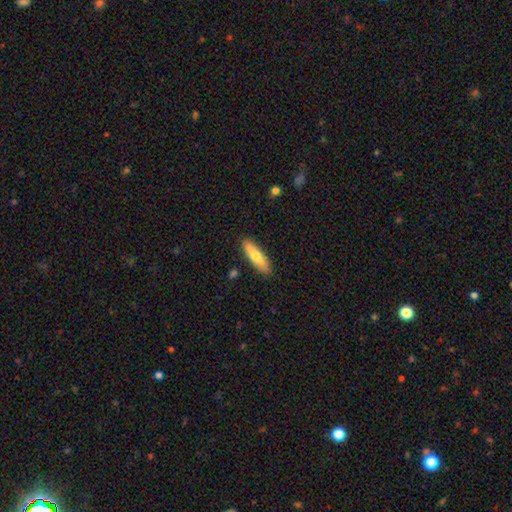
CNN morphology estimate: smooth-or-featured: smooth: 68% | featured or disk: 26% | star or artifact: 6%
  how-rounded: cigar-shaped: 66% | in between: 32% | round: 2%
  merging: none: 88% | minor disturbance: 9% | major disturbance: 2% | merger: 1%